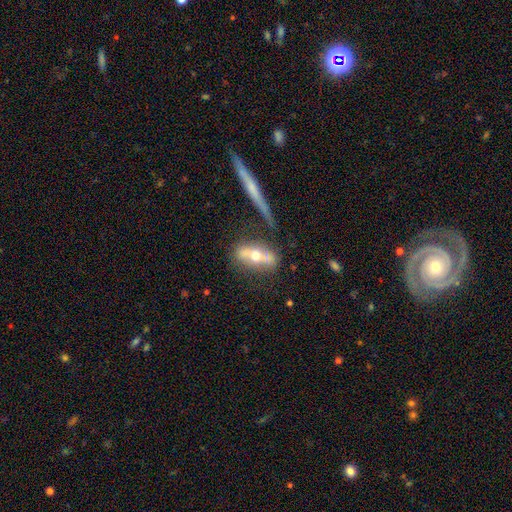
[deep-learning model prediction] smooth_or_featured: featured or disk (p=0.54) [alt: smooth p=0.37]
disk_edge_on: yes (p=0.56) [alt: no p=0.44]
merging: none (p=0.58) [alt: merger p=0.18]